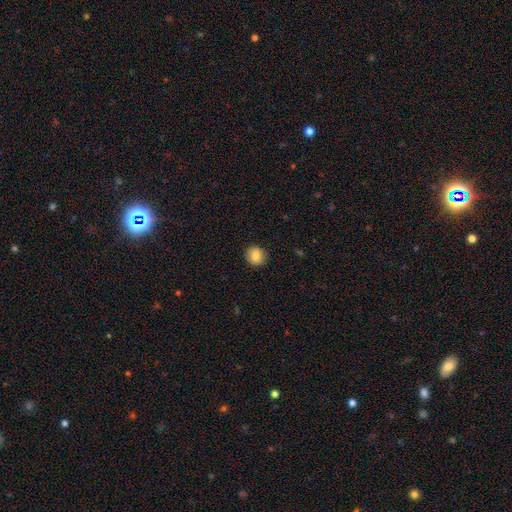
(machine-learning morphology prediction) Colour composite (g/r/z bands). It shows a smooth galaxy with no disk features (84%) that is round (87%). Merging: none (90%).